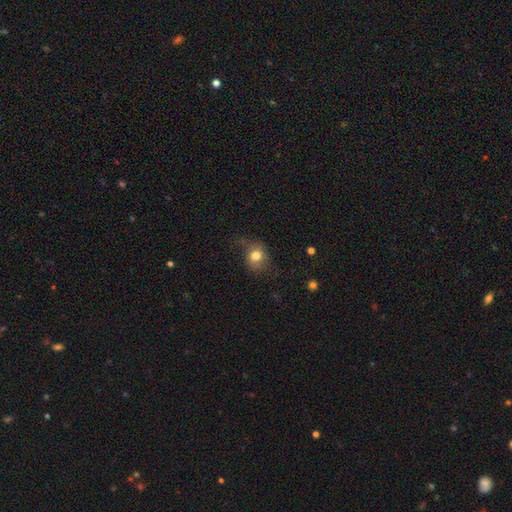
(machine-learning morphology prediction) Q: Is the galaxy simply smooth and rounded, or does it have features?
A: smooth — 74%.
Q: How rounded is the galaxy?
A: round — 58%.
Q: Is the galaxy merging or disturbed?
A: none — 56%.